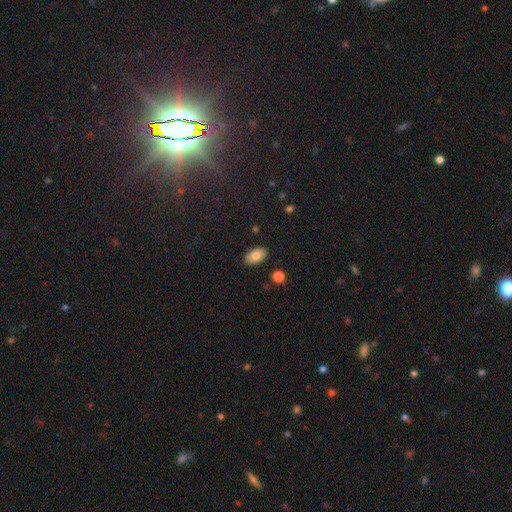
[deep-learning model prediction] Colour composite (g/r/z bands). It shows a smooth galaxy with no disk features (85%) that is in between round and cigar-shaped (93%). Merging: none (87%).